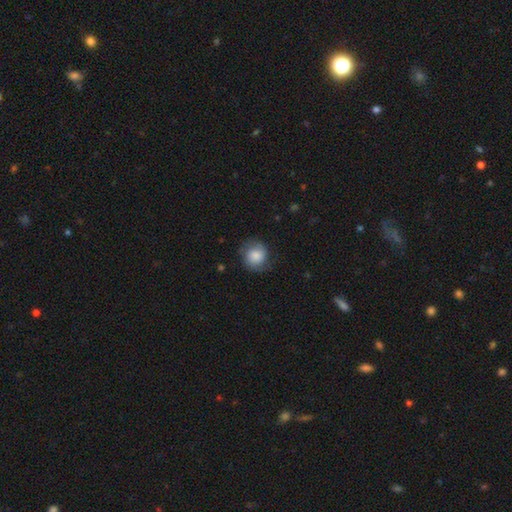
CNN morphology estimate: Overall: smooth (73%). How rounded: round (82%). Merging: none (72%).